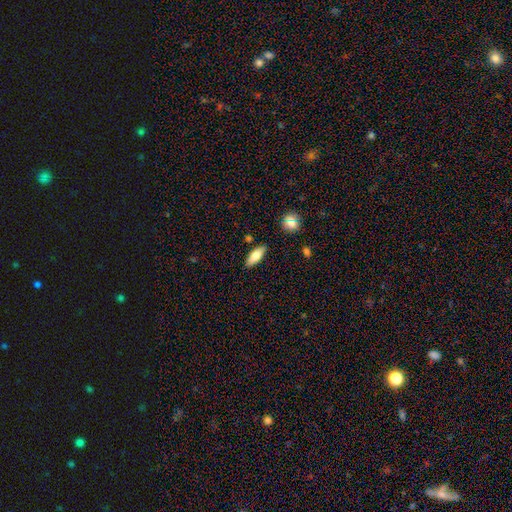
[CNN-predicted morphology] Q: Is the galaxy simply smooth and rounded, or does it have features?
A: smooth — 75%.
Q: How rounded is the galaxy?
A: in between — 75%.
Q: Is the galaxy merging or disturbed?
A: none — 86%.